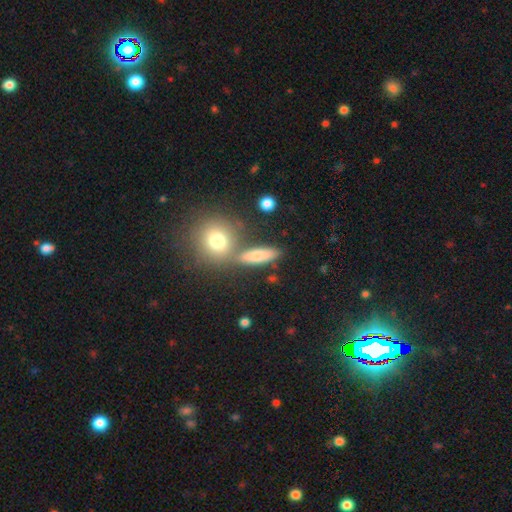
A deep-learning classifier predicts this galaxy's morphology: Smooth or featured? Predicted: smooth (p=0.75). How rounded? Predicted: in between (p=0.42). Merging? Predicted: none (p=0.69).